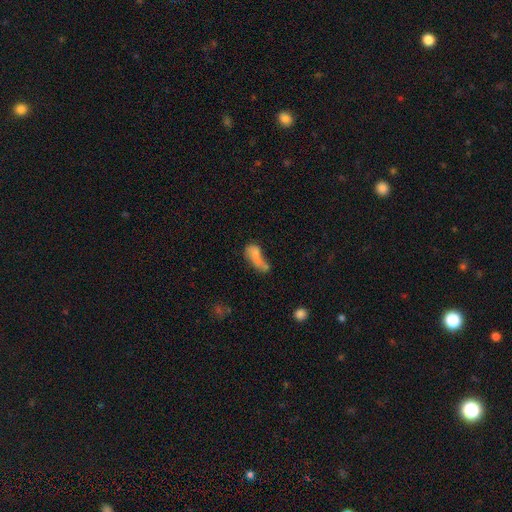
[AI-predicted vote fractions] This is likely a smooth galaxy (66%). How rounded: likely in between (72%). Merging: marginally merger (39%).